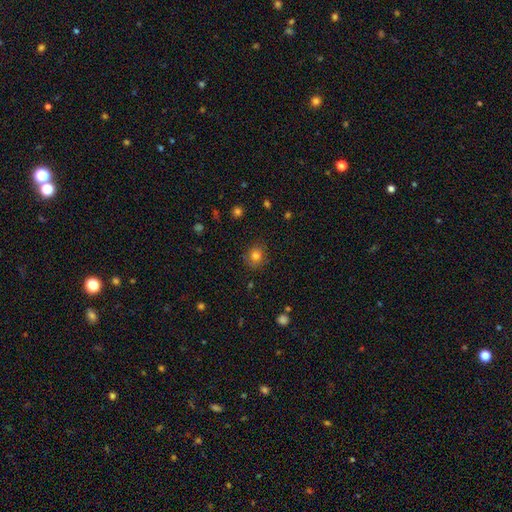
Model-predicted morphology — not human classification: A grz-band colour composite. It shows a smooth galaxy with no disk features (80%) that is round (74%). Merging: none (85%).